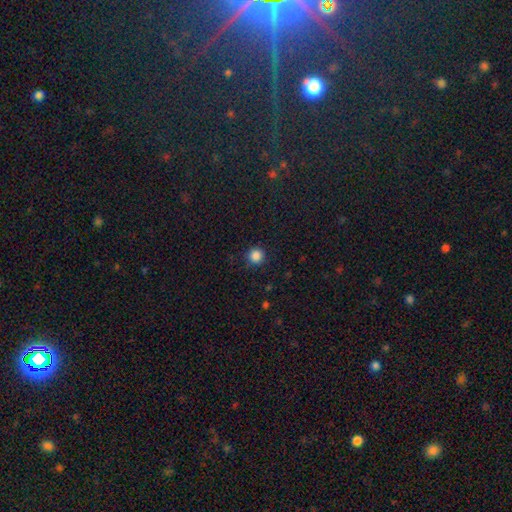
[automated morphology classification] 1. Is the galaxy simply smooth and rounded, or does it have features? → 86% smooth, 11% star or artifact, 3% featured or disk.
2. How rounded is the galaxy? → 95% round, 4% in between, 1% cigar-shaped.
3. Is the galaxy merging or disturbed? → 90% none, 7% minor disturbance, 2% major disturbance, 1% merger.